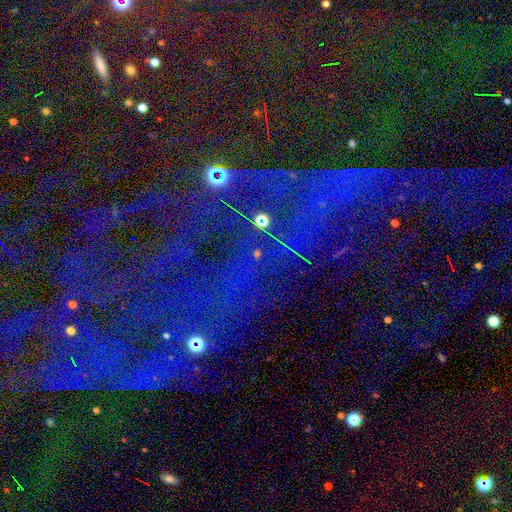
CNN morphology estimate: Smooth or featured? Predicted: star or artifact (p=0.82).